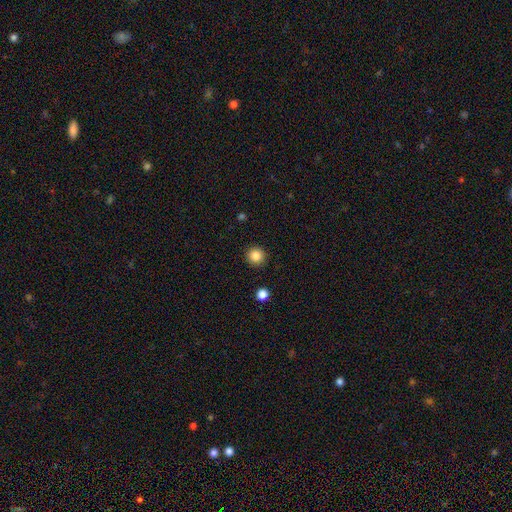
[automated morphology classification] smooth_or_featured: smooth (p=0.85) [alt: star or artifact p=0.10]
how_rounded: round (p=0.95) [alt: in between p=0.04]
merging: none (p=0.92) [alt: minor disturbance p=0.05]